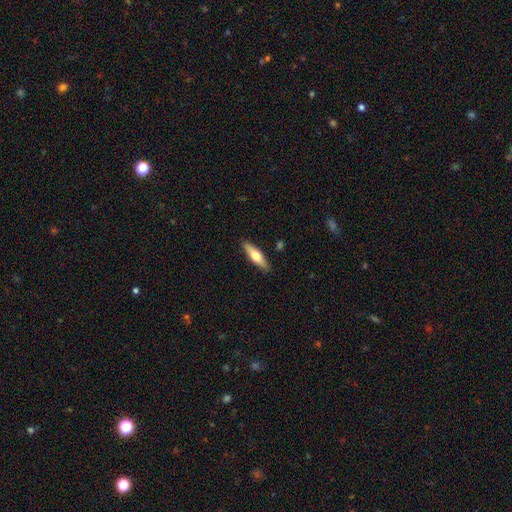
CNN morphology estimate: This is possibly a smooth galaxy (55%). How rounded: likely cigar-shaped (61%). Merging: clearly none (89%).